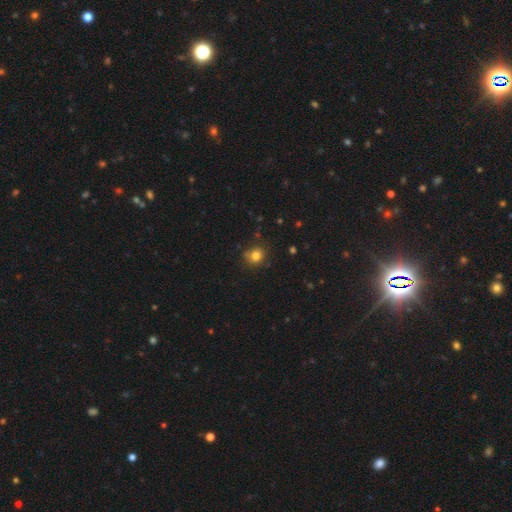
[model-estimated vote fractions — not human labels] Overall: smooth (81%). How rounded: round (80%). Merging: none (79%).